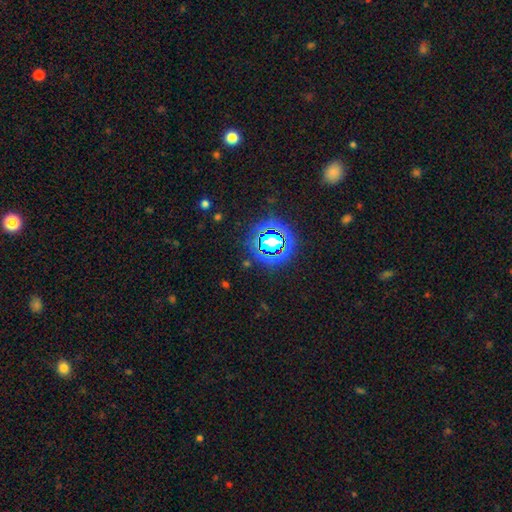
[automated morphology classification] smooth-or-featured: star or artifact: 81% | smooth: 13% | featured or disk: 7%